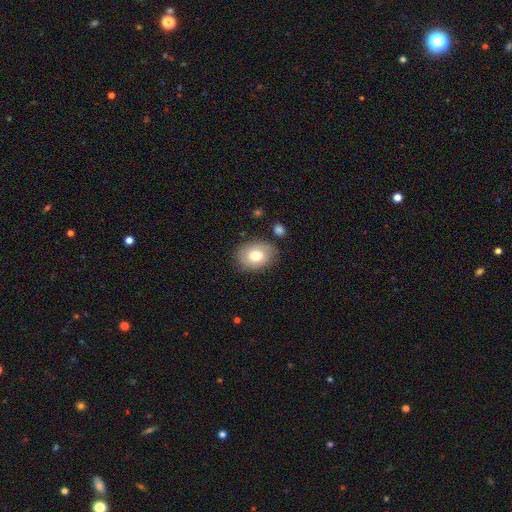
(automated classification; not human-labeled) smooth_or_featured: smooth (p=0.73) [alt: featured or disk p=0.19]
how_rounded: in between (p=0.63) [alt: round p=0.36]
merging: none (p=0.80) [alt: minor disturbance p=0.14]